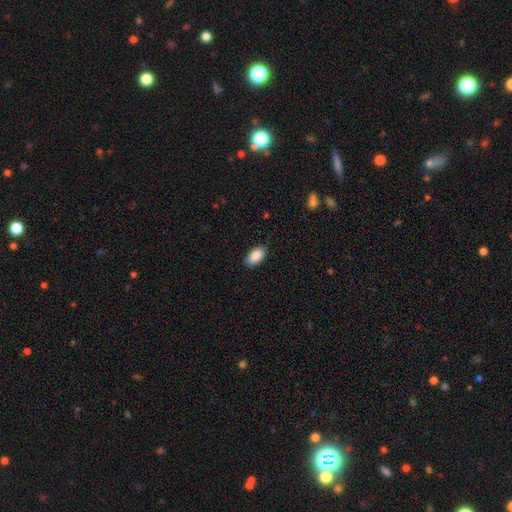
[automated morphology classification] smooth-or-featured: smooth: 89% | star or artifact: 6% | featured or disk: 4%
  how-rounded: in between: 94% | round: 3% | cigar-shaped: 3%
  merging: none: 87% | minor disturbance: 10% | major disturbance: 2% | merger: 1%